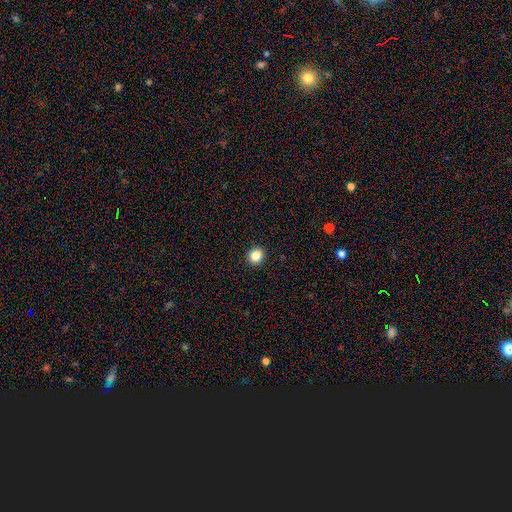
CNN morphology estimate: smooth-or-featured: smooth: 86% | star or artifact: 10% | featured or disk: 4%
  how-rounded: round: 85% | in between: 14% | cigar-shaped: 1%
  merging: none: 93% | minor disturbance: 5% | major disturbance: 2% | merger: 1%